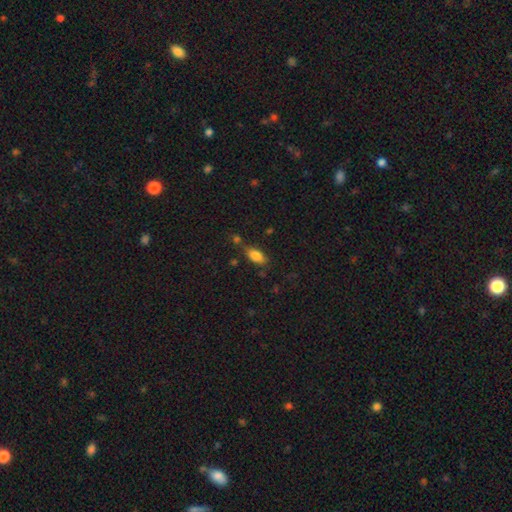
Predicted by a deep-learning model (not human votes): A smooth galaxy with no disk features (83%) that is in between round and cigar-shaped (88%).

Vote fractions:
- Smooth or featured? smooth: 83% / star or artifact: 9% / featured or disk: 9%
- How rounded? in between: 88% / cigar-shaped: 9% / round: 4%
- Merging? none: 65% / minor disturbance: 18% / merger: 11% / major disturbance: 5%